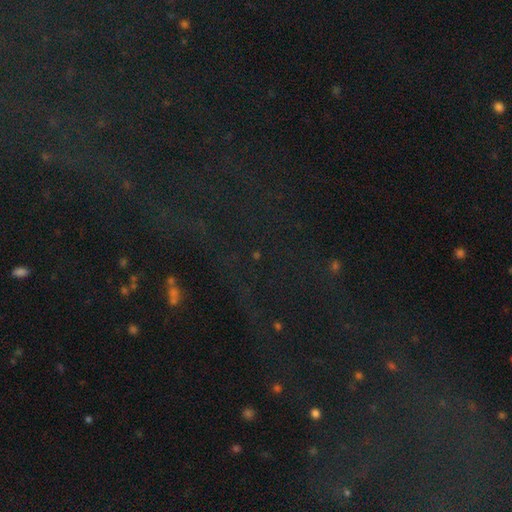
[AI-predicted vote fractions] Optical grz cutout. It shows a star or artifact, not a galaxy (78%).